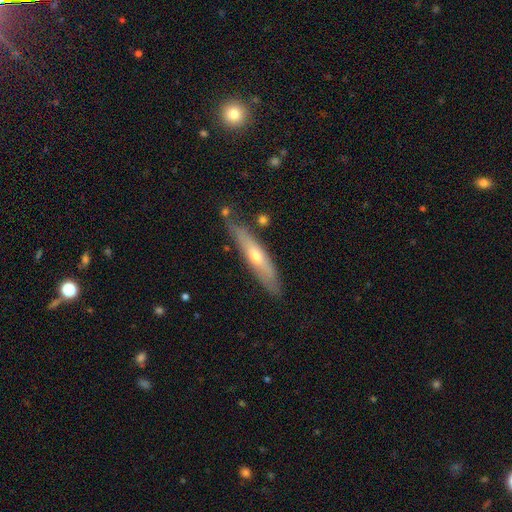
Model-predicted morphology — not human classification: Overall: featured or disk (58%; smooth 35%). Edge-on disk: yes (83%). Merging: none (76%).